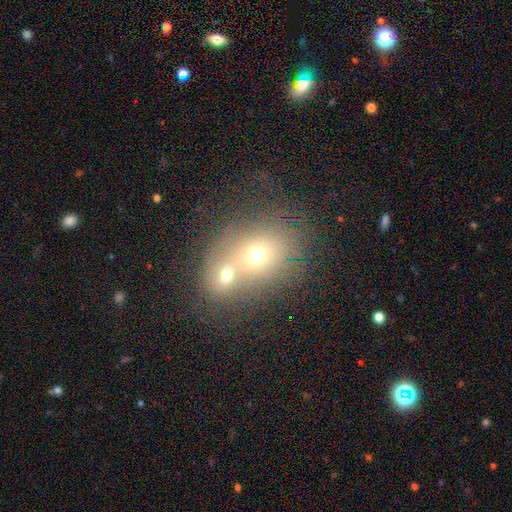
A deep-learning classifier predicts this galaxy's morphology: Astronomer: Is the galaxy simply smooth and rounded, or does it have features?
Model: smooth — 62%.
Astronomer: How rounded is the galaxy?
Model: round — 58% (runner-up: in between, 41%).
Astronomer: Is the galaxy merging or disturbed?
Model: merger — 63%.